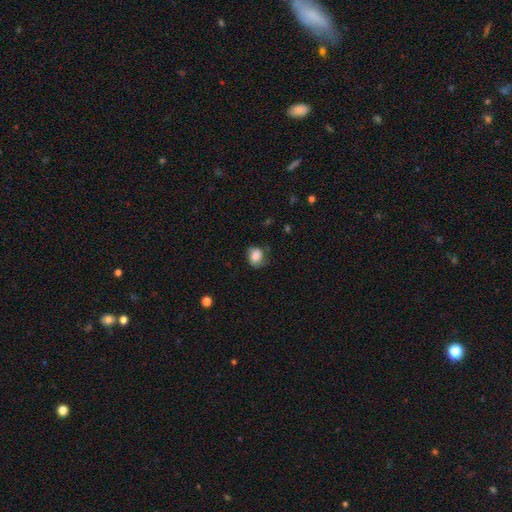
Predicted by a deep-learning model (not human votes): Q: Smooth or featured?
A: smooth (76%); runner-up: featured or disk (15%)
Q: How rounded?
A: round (55%); runner-up: in between (44%)
Q: Merging?
A: none (63%); runner-up: minor disturbance (26%)